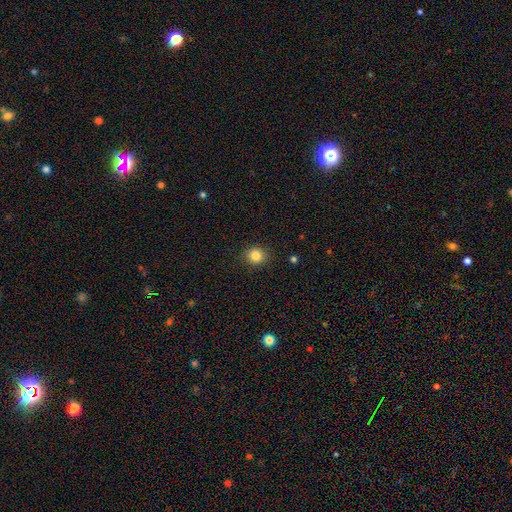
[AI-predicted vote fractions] The model was most divided on "how rounded": round: 75%, in between: 24%, cigar-shaped: 1%. More confident: merging — none (89%); smooth or featured — smooth (83%).